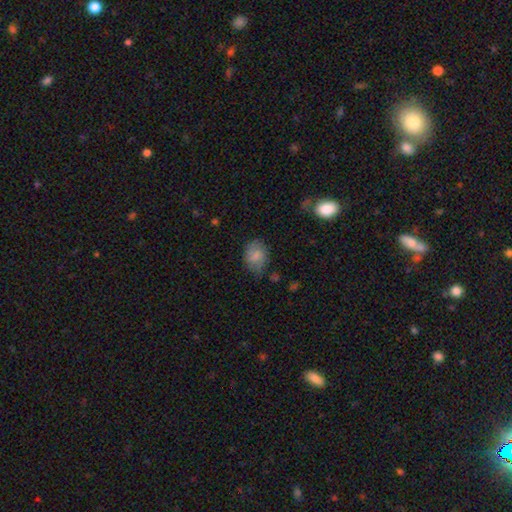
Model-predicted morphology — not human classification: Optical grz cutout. It shows a smooth galaxy with no disk features (71%) that is in between round and cigar-shaped (62%). Merging: none (61%).